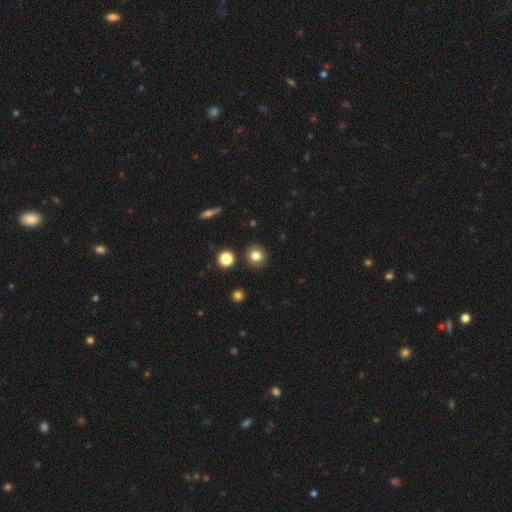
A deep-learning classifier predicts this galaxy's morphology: This appears to be a smooth galaxy with no disk features (80%) that is round (89%). Merging: none (89%).